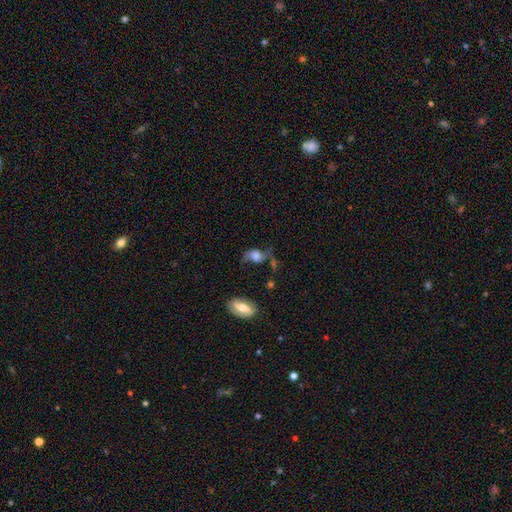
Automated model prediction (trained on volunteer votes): smooth-or-featured: featured or disk: 51% | smooth: 37% | star or artifact: 11%
  disk-edge-on: no: 88% | yes: 12%
  merging: none: 44% | minor disturbance: 24% | major disturbance: 23% | merger: 8%